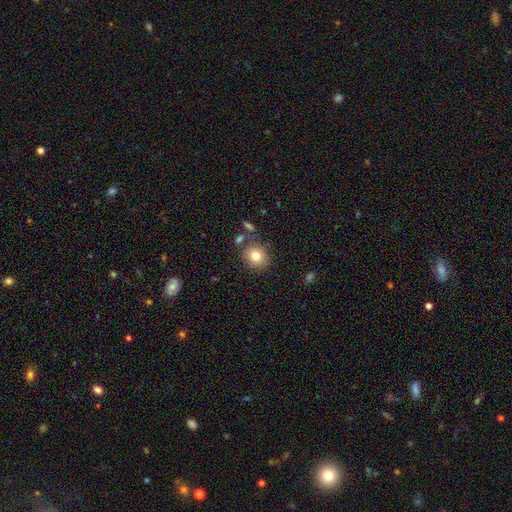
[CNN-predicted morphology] Smooth or featured? smooth (81%)
How rounded? round (77%)
Merging? none (78%)